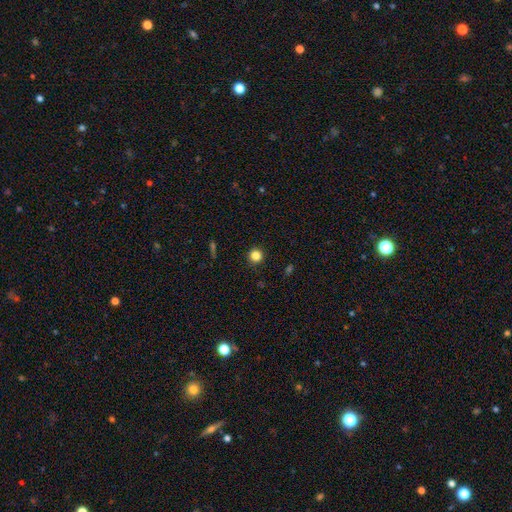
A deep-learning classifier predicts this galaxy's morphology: A smooth galaxy with no disk features (83%) that is round (95%).

Vote fractions:
- Smooth or featured? smooth: 83% / star or artifact: 13% / featured or disk: 4%
- How rounded? round: 95% / in between: 4% / cigar-shaped: 1%
- Merging? none: 91% / minor disturbance: 6% / major disturbance: 2% / merger: 1%